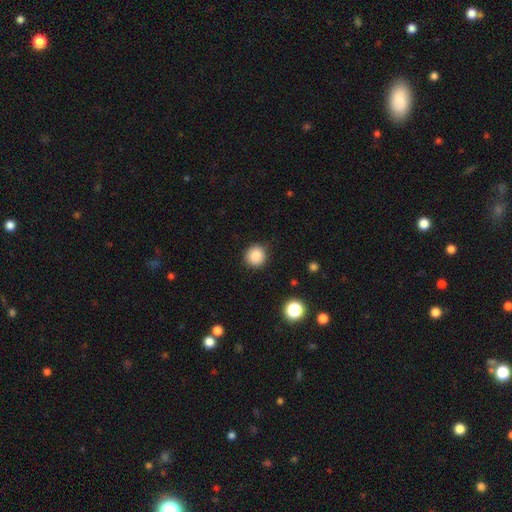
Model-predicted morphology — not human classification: This is clearly a smooth galaxy (86%). How rounded: clearly round (91%). Merging: clearly none (86%).